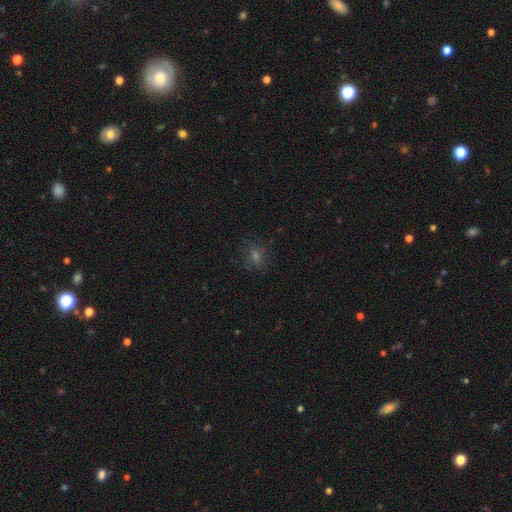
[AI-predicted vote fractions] The model was most divided on "smooth or featured": smooth: 49%, star or artifact: 33%, featured or disk: 18%. More confident: merging — none (78%).